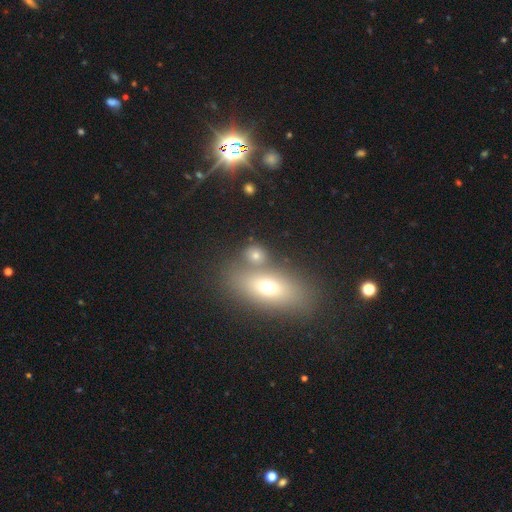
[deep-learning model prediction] A smooth galaxy with no disk features (71%) that is round (57%).

Vote fractions:
- Smooth or featured? smooth: 71% / star or artifact: 15% / featured or disk: 14%
- How rounded? round: 57% / in between: 39% / cigar-shaped: 4%
- Merging? none: 60% / merger: 25% / minor disturbance: 9% / major disturbance: 5%